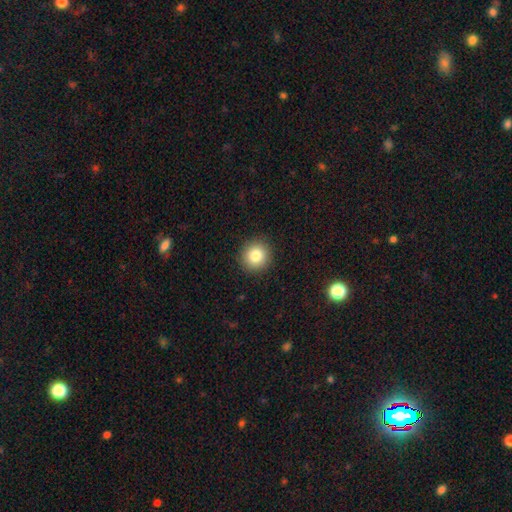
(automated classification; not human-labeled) This appears to be a smooth galaxy with no disk features (83%) that is round (93%). Merging: none (92%).